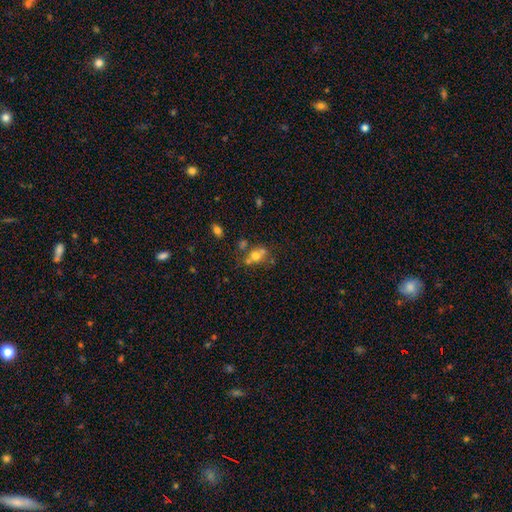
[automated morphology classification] Q: Smooth or featured?
A: smooth (61%); runner-up: featured or disk (23%)
Q: How rounded?
A: round (57%); runner-up: in between (41%)
Q: Merging?
A: merger (42%); runner-up: none (38%)